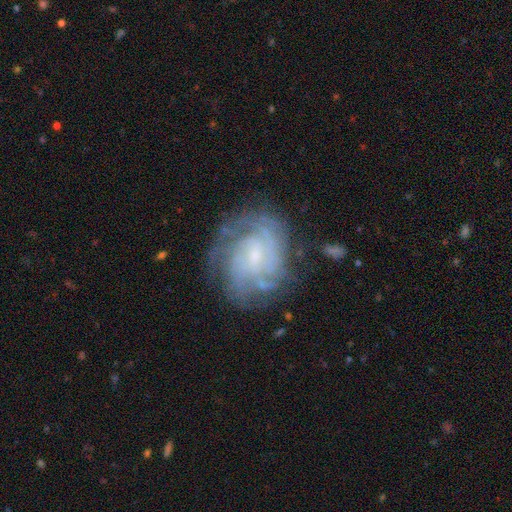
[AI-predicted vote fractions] Smooth or featured?
  - featured or disk: 82% *
  - smooth: 11%
  - star or artifact: 7%
Edge-on disk?
  - no: 98% *
  - yes: 2%
Bar?
  - no: 52% *
  - weak: 41%
  - strong: 7%
Spiral arms?
  - yes: 93% *
  - no: 7%
Spiral winding?
  - tight: 66% *
  - medium: 28%
  - loose: 7%
Spiral arm count?
  - can't tell: 41% *
  - 3: 17%
  - 4: 15%
  - 2: 14%
  - more than 4: 7%
  - 1: 6%
Bulge size?
  - small: 65% *
  - moderate: 23%
  - none: 9%
  - large: 2%
  - dominant: 1%
Merging?
  - none: 70% *
  - minor disturbance: 18%
  - major disturbance: 9%
  - merger: 2%